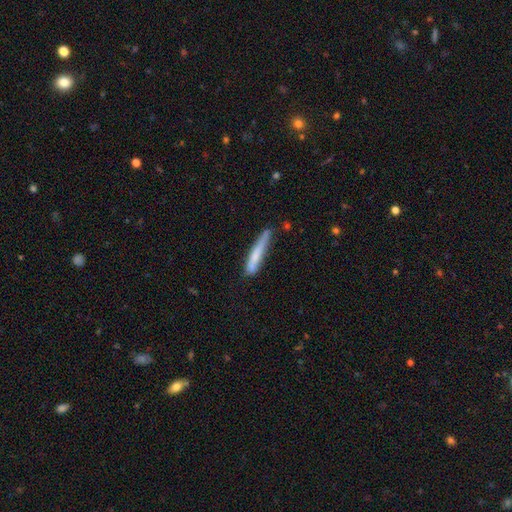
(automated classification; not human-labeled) smooth_or_featured: smooth (p=0.67) [alt: featured or disk p=0.28]
how_rounded: cigar-shaped (p=0.94) [alt: in between p=0.05]
merging: none (p=0.61) [alt: minor disturbance p=0.28]